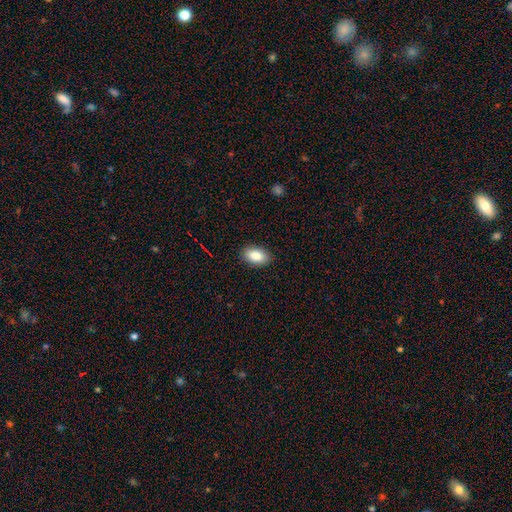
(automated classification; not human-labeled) Smooth or featured: smooth — 87% (star or artifact — 7%)
How rounded: in between — 93% (round — 5%)
Merging: none — 89% (minor disturbance — 8%)